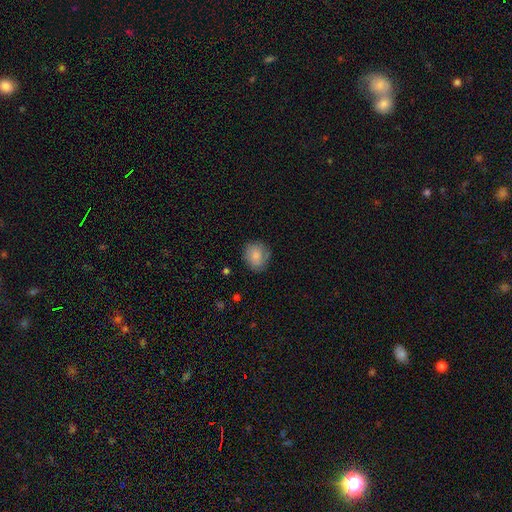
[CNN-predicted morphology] smooth_or_featured: smooth (p=0.79) [alt: featured or disk p=0.13]
how_rounded: round (p=0.73) [alt: in between p=0.26]
merging: none (p=0.75) [alt: minor disturbance p=0.19]